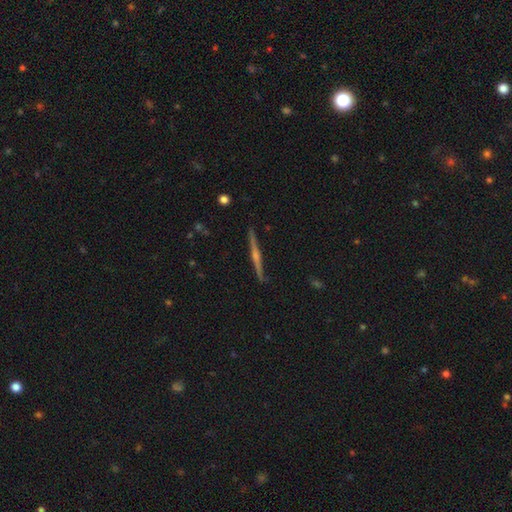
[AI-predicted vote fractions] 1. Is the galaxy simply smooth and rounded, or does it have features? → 77% featured or disk, 17% smooth, 6% star or artifact.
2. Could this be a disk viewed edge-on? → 98% yes, 2% no.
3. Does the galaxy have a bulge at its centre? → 68% rounded, 21% none, 11% boxy.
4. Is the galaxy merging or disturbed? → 91% none, 7% minor disturbance, 1% major disturbance, 1% merger.